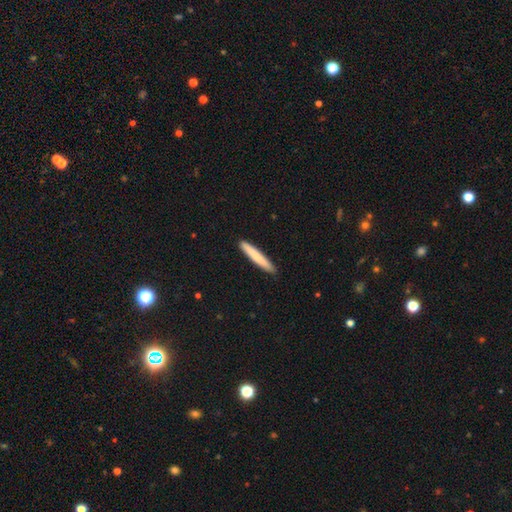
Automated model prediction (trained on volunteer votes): Smooth or featured? Predicted: smooth (p=0.77). How rounded? Predicted: cigar-shaped (p=0.95). Merging? Predicted: none (p=0.90).